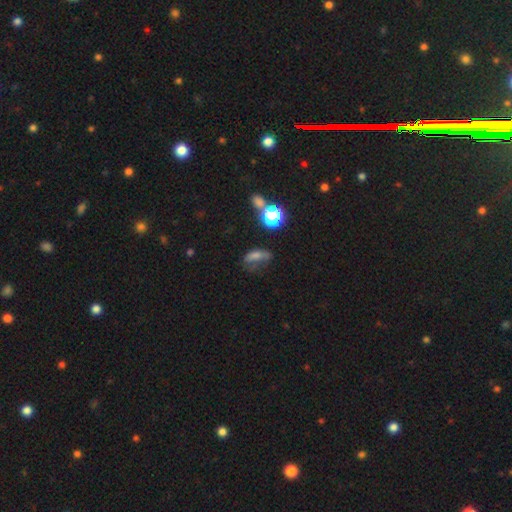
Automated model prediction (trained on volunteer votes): The model was most divided on "merging": none: 35%, minor disturbance: 29%, major disturbance: 27%, merger: 9%. More confident: how rounded — in between (65%); smooth or featured — smooth (60%).